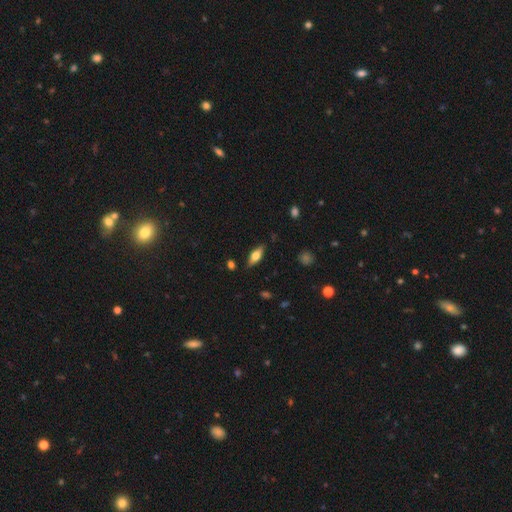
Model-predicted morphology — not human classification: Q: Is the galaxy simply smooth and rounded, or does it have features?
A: smooth — 53%.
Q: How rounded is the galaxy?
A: in between — 64%.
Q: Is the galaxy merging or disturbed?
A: none — 84%.